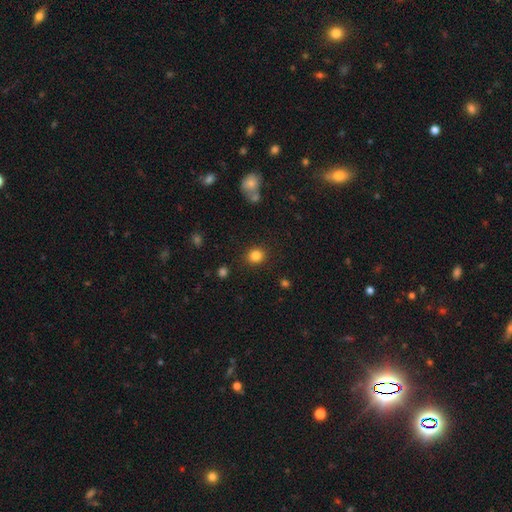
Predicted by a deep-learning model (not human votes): Q: Smooth or featured?
A: smooth (84%); runner-up: star or artifact (11%)
Q: How rounded?
A: round (78%); runner-up: in between (21%)
Q: Merging?
A: none (88%); runner-up: minor disturbance (7%)